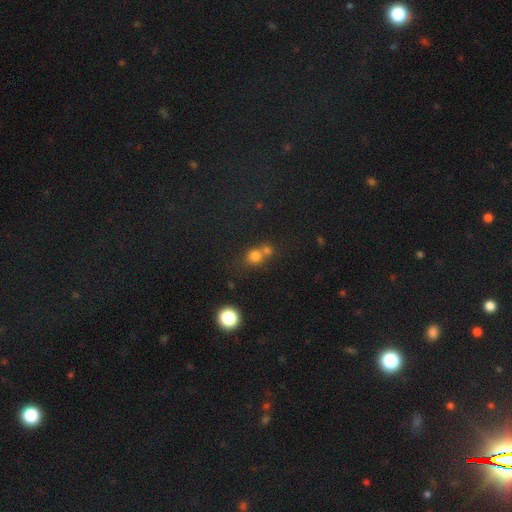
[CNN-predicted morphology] Smooth or featured: smooth — 73% (star or artifact — 18%)
How rounded: round — 80% (in between — 19%)
Merging: merger — 47% (none — 42%)